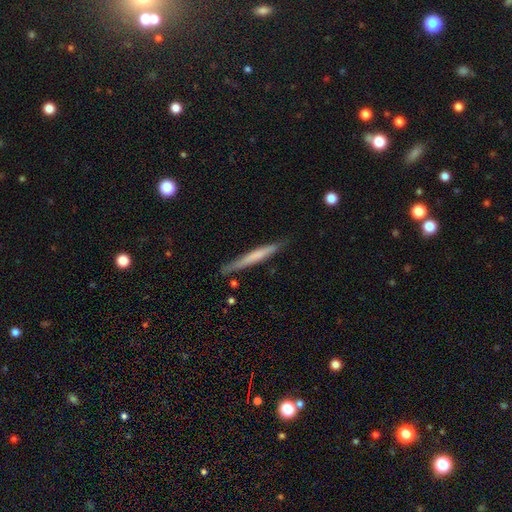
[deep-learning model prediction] smooth_or_featured: smooth (p=0.54) [alt: featured or disk p=0.40]
how_rounded: cigar-shaped (p=0.96) [alt: in between p=0.03]
merging: none (p=0.82) [alt: minor disturbance p=0.14]